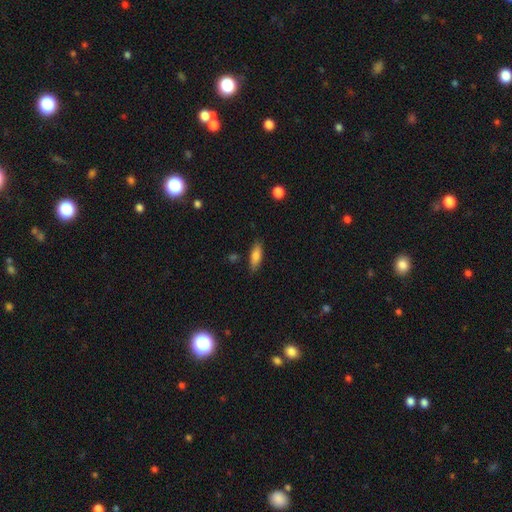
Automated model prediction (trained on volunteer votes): A smooth galaxy with no disk features (78%) that is in between round and cigar-shaped (56%).

Vote fractions:
- Smooth or featured? smooth: 78% / featured or disk: 15% / star or artifact: 7%
- How rounded? in between: 56% / cigar-shaped: 42% / round: 2%
- Merging? none: 84% / minor disturbance: 12% / major disturbance: 2% / merger: 2%